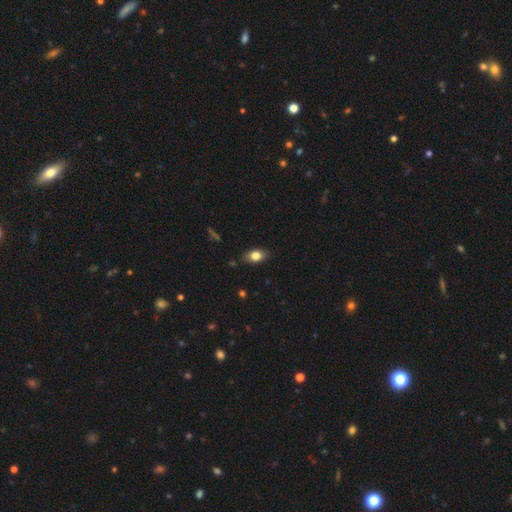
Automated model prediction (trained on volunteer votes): The model was most divided on "smooth or featured": smooth: 79%, featured or disk: 12%, star or artifact: 8%. More confident: how rounded — in between (85%); merging — none (82%).